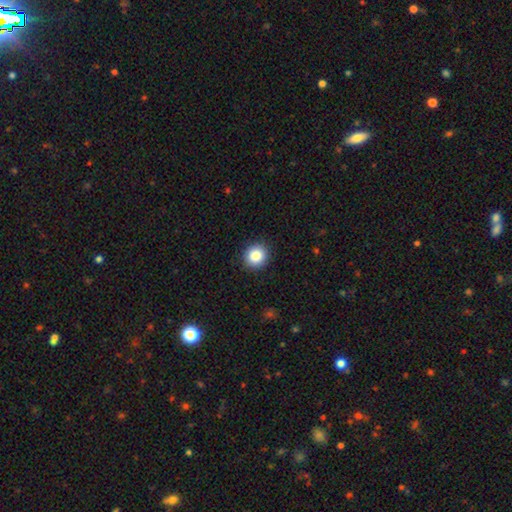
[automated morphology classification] A smooth galaxy with no disk features (87%) that is round (91%). Merging: none (91%).